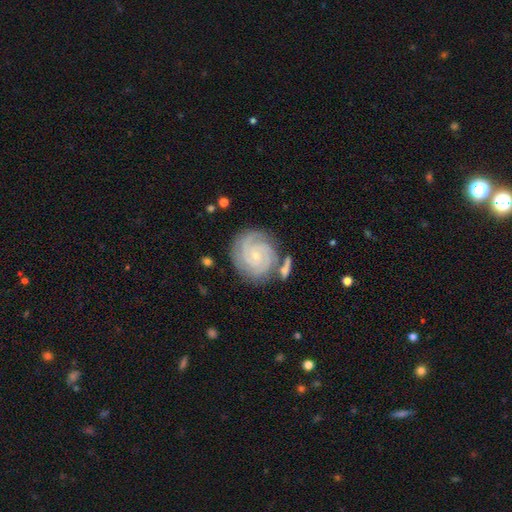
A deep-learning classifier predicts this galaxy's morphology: A featured or disk galaxy (87%) with no bar (72%), 3 (34%) tight (77%) spiral arms (98%) and a small central bulge (81%). Merging: none (72%).